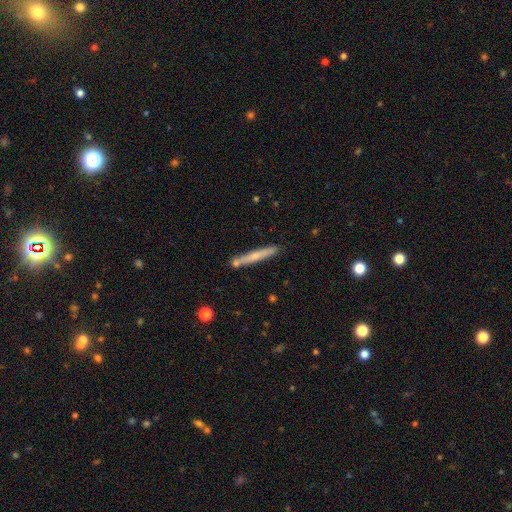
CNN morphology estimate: smooth-or-featured: smooth: 53% | featured or disk: 41% | star or artifact: 6%
  how-rounded: cigar-shaped: 96% | in between: 3% | round: 1%
  merging: none: 81% | minor disturbance: 11% | merger: 7% | major disturbance: 2%